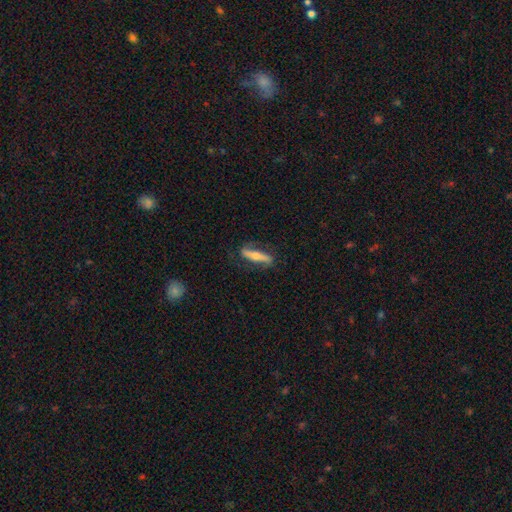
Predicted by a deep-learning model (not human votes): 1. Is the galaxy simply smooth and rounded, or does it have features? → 69% featured or disk, 24% smooth, 7% star or artifact.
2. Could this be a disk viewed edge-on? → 57% no, 43% yes.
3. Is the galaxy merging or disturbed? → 75% none, 16% minor disturbance, 7% major disturbance, 2% merger.